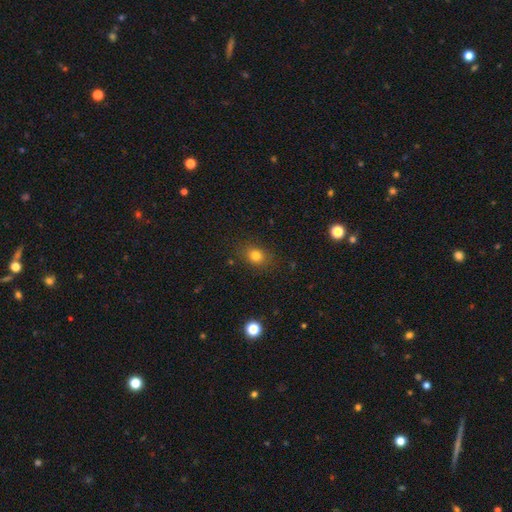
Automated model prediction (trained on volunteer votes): A smooth galaxy with no disk features (79%) that is round (55%).

Vote fractions:
- Smooth or featured? smooth: 79% / star or artifact: 14% / featured or disk: 7%
- How rounded? round: 55% / in between: 43% / cigar-shaped: 1%
- Merging? none: 84% / minor disturbance: 11% / major disturbance: 4% / merger: 1%